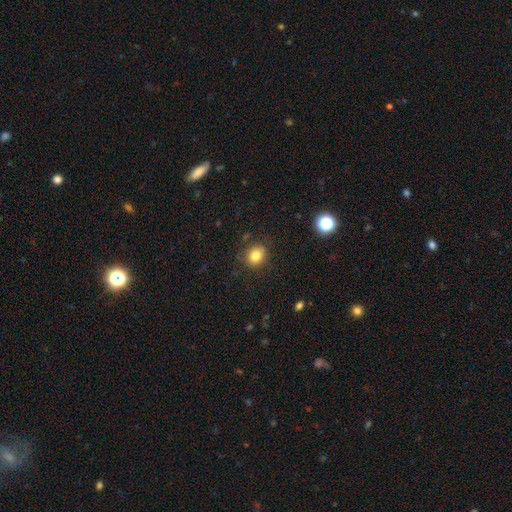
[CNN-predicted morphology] This appears to be a smooth galaxy with no disk features (81%) that is round (73%). Merging: none (85%).